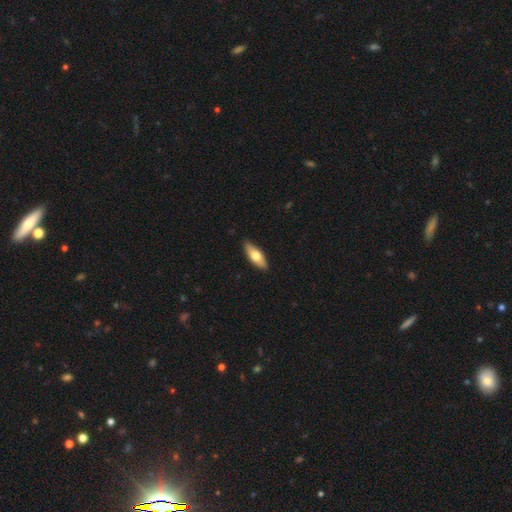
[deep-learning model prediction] smooth_or_featured: smooth (p=0.63) [alt: featured or disk p=0.31]
how_rounded: in between (p=0.67) [alt: cigar-shaped p=0.30]
merging: none (p=0.87) [alt: minor disturbance p=0.10]